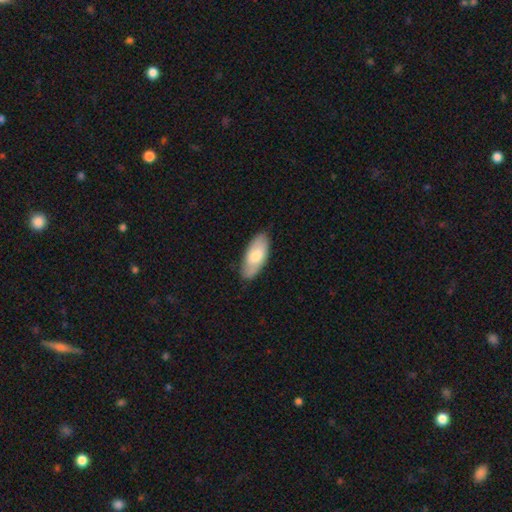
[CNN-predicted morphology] A smooth galaxy with no disk features (72%) that is in between round and cigar-shaped (88%).

Vote fractions:
- Smooth or featured? smooth: 72% / featured or disk: 23% / star or artifact: 5%
- How rounded? in between: 88% / cigar-shaped: 10% / round: 2%
- Merging? none: 80% / minor disturbance: 16% / major disturbance: 3% / merger: 1%